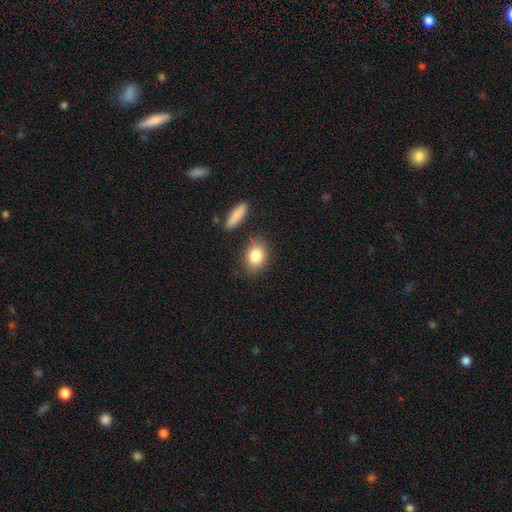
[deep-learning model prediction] smooth 84%, star or artifact 8%, featured or disk 8%. Down the decision tree: how rounded — in between (68%); merging — none (79%).